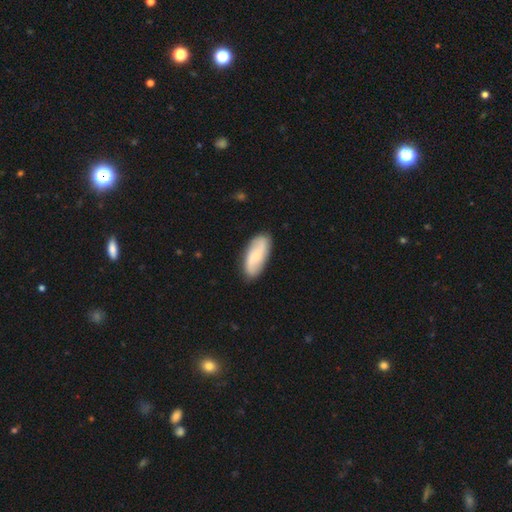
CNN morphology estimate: Smooth or featured? featured or disk (51%)
Edge-on disk? no (91%)
Merging? none (86%)